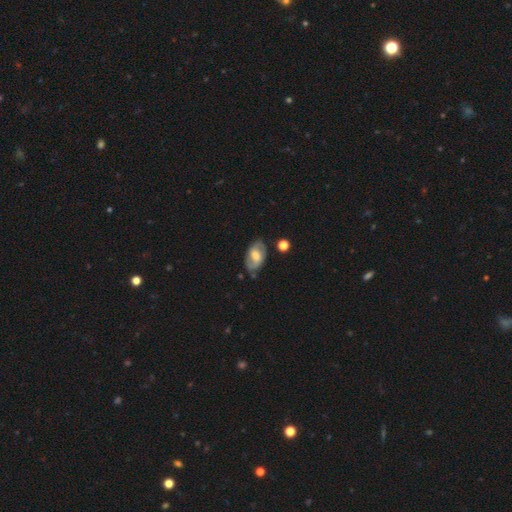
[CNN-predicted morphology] This appears to be a featured or disk galaxy (60%) with a weak bar (47%), spiral arms (77%) and a moderate central bulge (52%). Merging: none (72%).